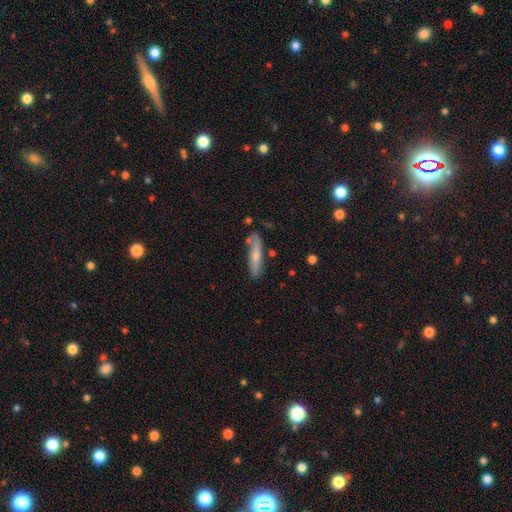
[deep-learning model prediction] Smooth or featured: smooth — 56% (featured or disk — 39%)
How rounded: cigar-shaped — 82% (in between — 16%)
Merging: none — 72% (minor disturbance — 18%)